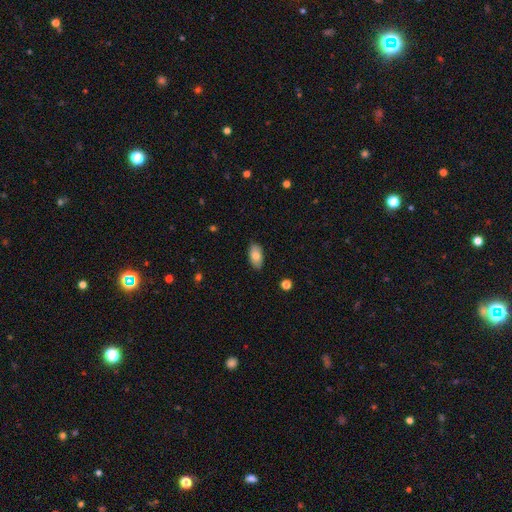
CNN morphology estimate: smooth_or_featured: smooth (p=0.78) [alt: featured or disk p=0.15]
how_rounded: in between (p=0.93) [alt: round p=0.04]
merging: none (p=0.85) [alt: minor disturbance p=0.12]